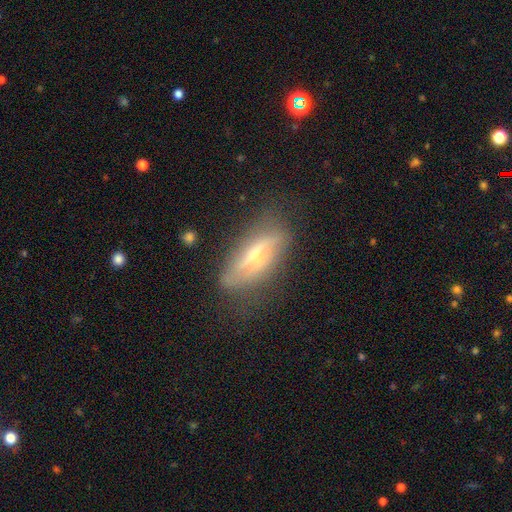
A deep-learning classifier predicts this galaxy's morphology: This appears to be a featured or disk galaxy (65%) viewed edge-on (61%). Merging: none (67%).